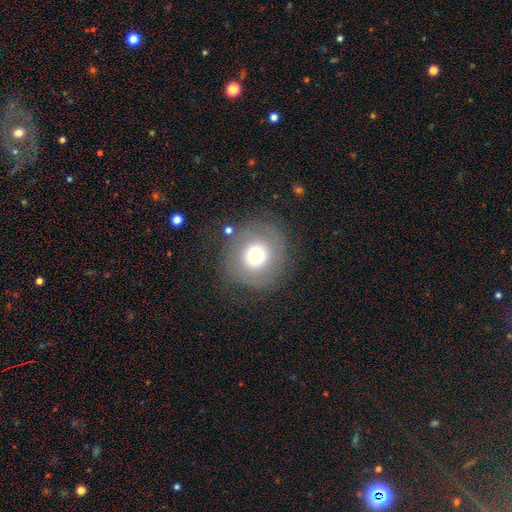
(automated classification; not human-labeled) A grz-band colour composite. It shows a smooth galaxy with no disk features (55%) that is round (91%). Merging: none (72%).